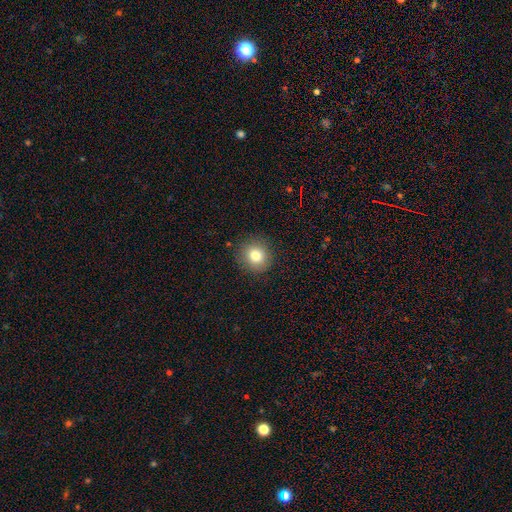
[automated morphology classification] smooth-or-featured: smooth: 80% | star or artifact: 11% | featured or disk: 9%
  how-rounded: round: 89% | in between: 10% | cigar-shaped: 1%
  merging: none: 88% | minor disturbance: 8% | major disturbance: 3% | merger: 1%